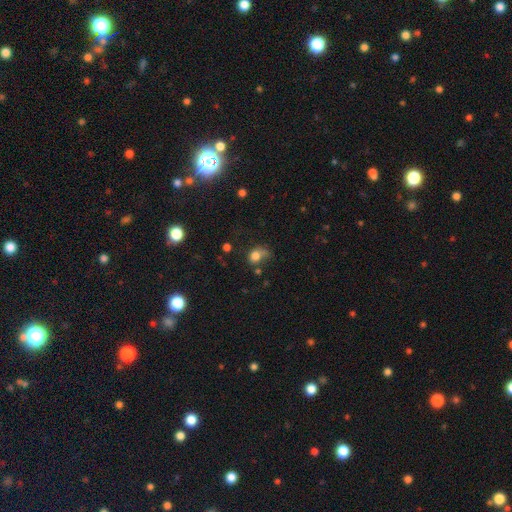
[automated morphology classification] A smooth galaxy with no disk features (75%) that is round (53%).

Vote fractions:
- Smooth or featured? smooth: 75% / star or artifact: 13% / featured or disk: 11%
- How rounded? round: 53% / in between: 46% / cigar-shaped: 1%
- Merging? none: 39% / minor disturbance: 26% / major disturbance: 23% / merger: 13%